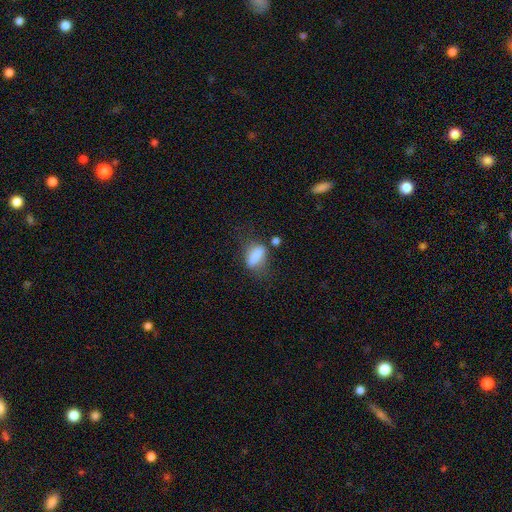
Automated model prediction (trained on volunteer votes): Smooth or featured: smooth — 74% (featured or disk — 15%)
How rounded: in between — 64% (cigar-shaped — 29%)
Merging: none — 47% (minor disturbance — 24%)